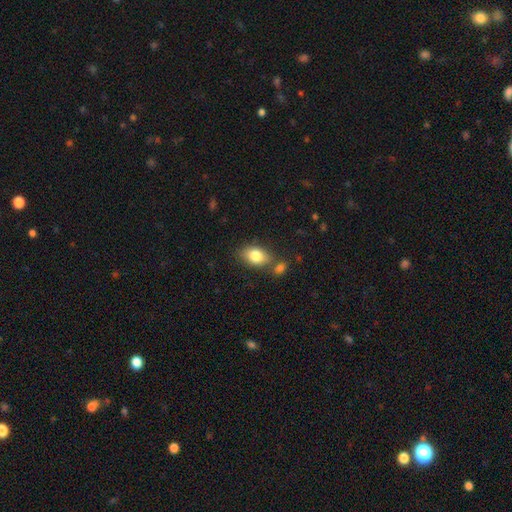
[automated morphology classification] A smooth galaxy with no disk features (82%) that is in between round and cigar-shaped (83%). Merging: none (64%).